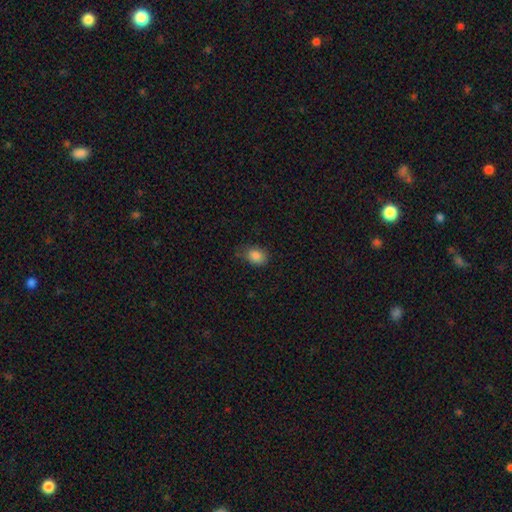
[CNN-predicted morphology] A smooth galaxy with no disk features (85%) that is in between round and cigar-shaped (68%).

Vote fractions:
- Smooth or featured? smooth: 85% / star or artifact: 10% / featured or disk: 5%
- How rounded? in between: 68% / round: 30% / cigar-shaped: 1%
- Merging? none: 69% / minor disturbance: 24% / major disturbance: 6% / merger: 2%